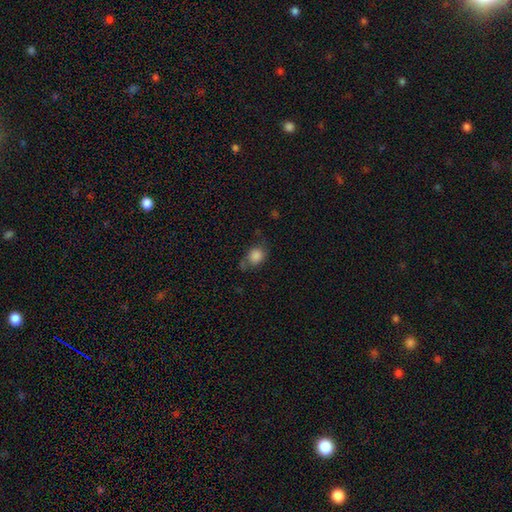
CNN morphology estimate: This appears to be a smooth galaxy with no disk features (83%) that is round (60%). Merging: none (54%).